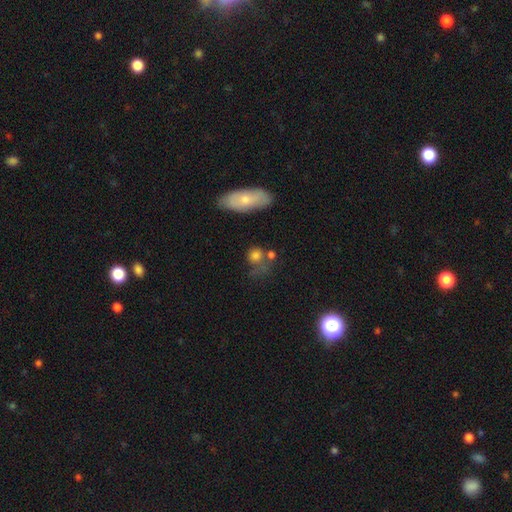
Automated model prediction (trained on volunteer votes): This is likely a smooth galaxy (77%). How rounded: likely round (76%). Merging: possibly none (48%).